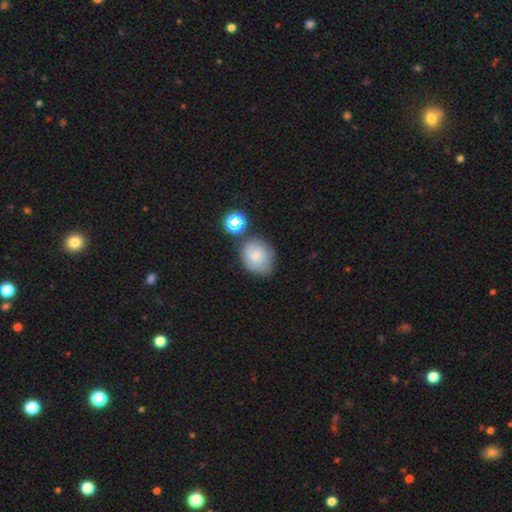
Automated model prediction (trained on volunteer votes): Smooth or featured: smooth — 71% (featured or disk — 18%)
How rounded: round — 61% (in between — 38%)
Merging: none — 59% (minor disturbance — 23%)